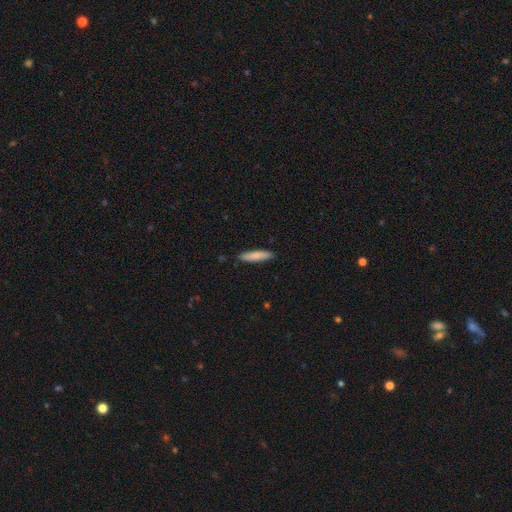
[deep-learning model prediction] Smooth or featured? smooth (83%)
How rounded? cigar-shaped (83%)
Merging? none (88%)